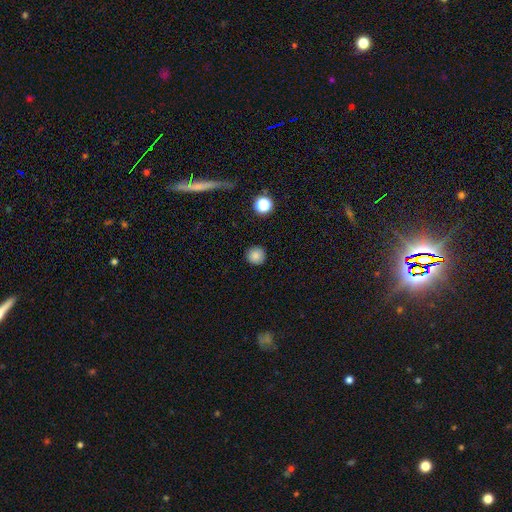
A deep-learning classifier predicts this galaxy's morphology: Smooth or featured: smooth — 85% (star or artifact — 11%)
How rounded: round — 94% (in between — 5%)
Merging: none — 91% (minor disturbance — 6%)